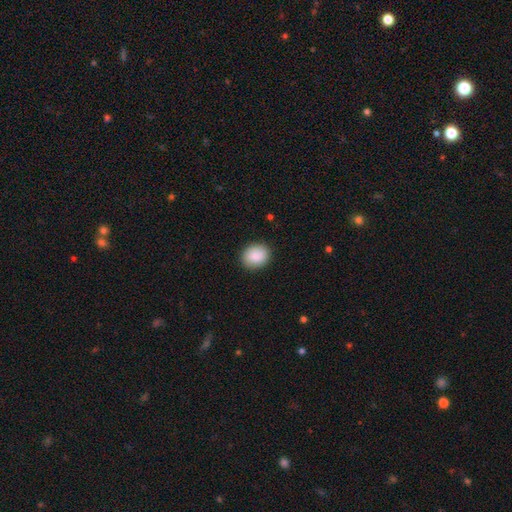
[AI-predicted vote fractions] smooth 88%, star or artifact 7%, featured or disk 5%. Down the decision tree: how rounded — round (63%); merging — none (89%).